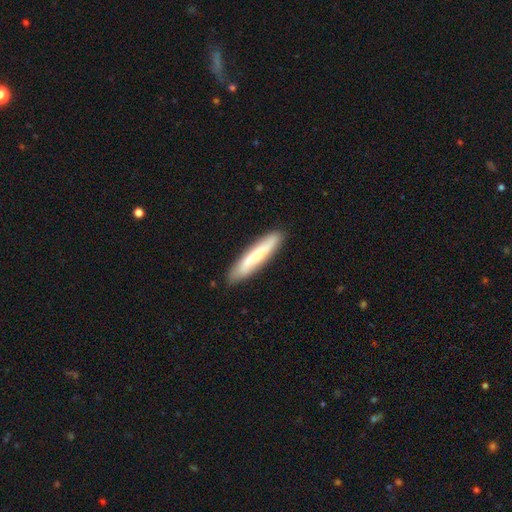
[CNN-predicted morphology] smooth 66%, featured or disk 28%, star or artifact 6%. Down the decision tree: how rounded — cigar-shaped (90%); merging — none (87%).